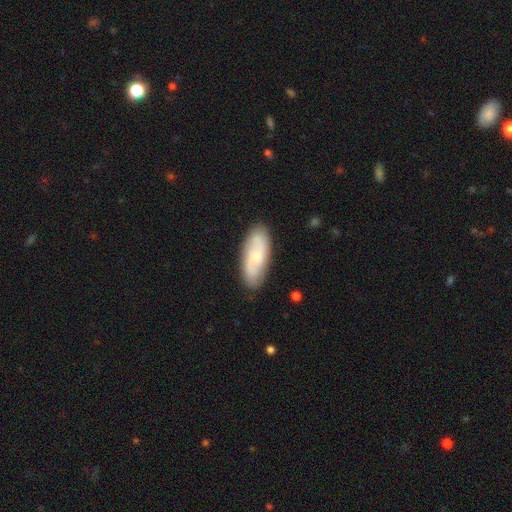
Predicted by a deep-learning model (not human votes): Smooth or featured: featured or disk — 53% (smooth — 41%)
Edge-on disk: no — 90% (yes — 10%)
Merging: none — 84% (minor disturbance — 12%)